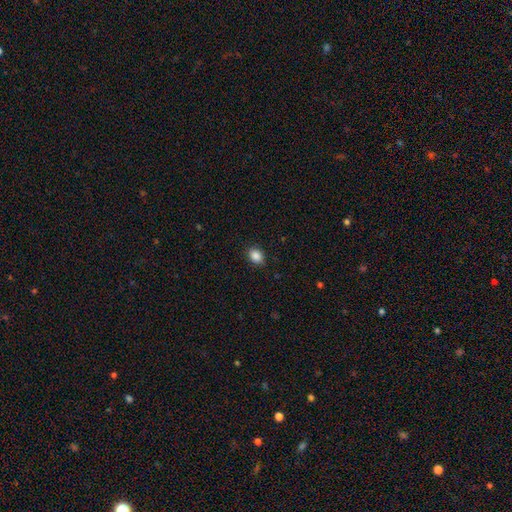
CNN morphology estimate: Overall: smooth (88%). How rounded: in between (60%; round 39%). Merging: none (88%).